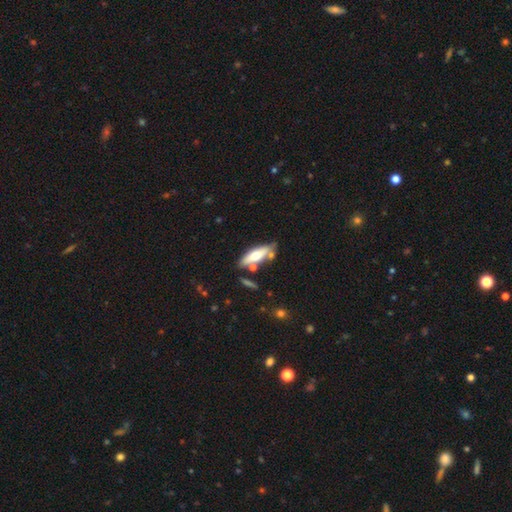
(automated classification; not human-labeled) Morphology: type=smooth (51%); roundness=in between (52%); merging=none (67%).